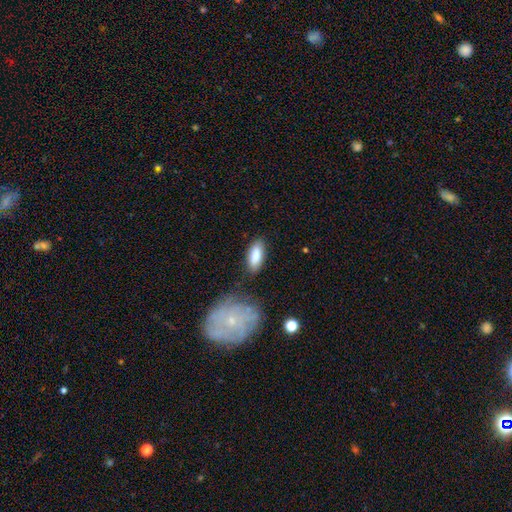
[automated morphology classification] Smooth or featured? Predicted: smooth (p=0.84). How rounded? Predicted: in between (p=0.78). Merging? Predicted: none (p=0.79).